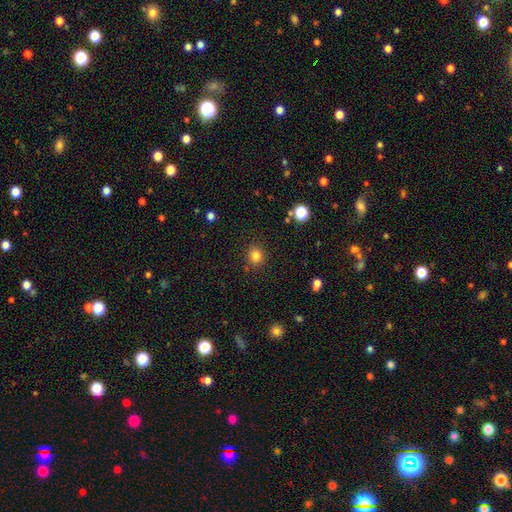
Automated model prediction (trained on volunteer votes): A smooth galaxy with no disk features (82%) that is round (82%). Merging: none (88%).